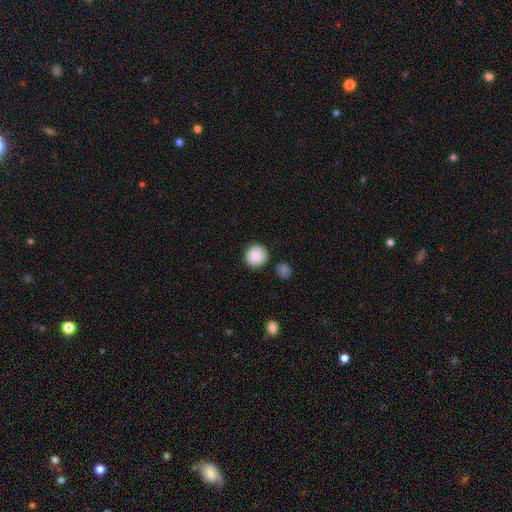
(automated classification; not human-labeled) This is clearly a smooth galaxy (86%). How rounded: clearly round (94%). Merging: clearly none (87%).